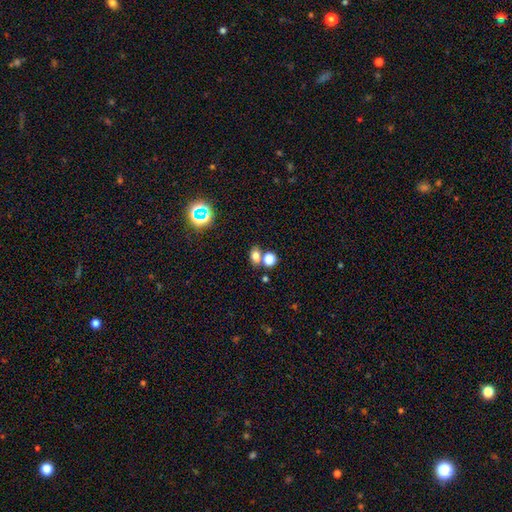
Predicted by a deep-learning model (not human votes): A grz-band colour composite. It shows a smooth galaxy with no disk features (73%) that is in between round and cigar-shaped (62%). Merging: none (53%).